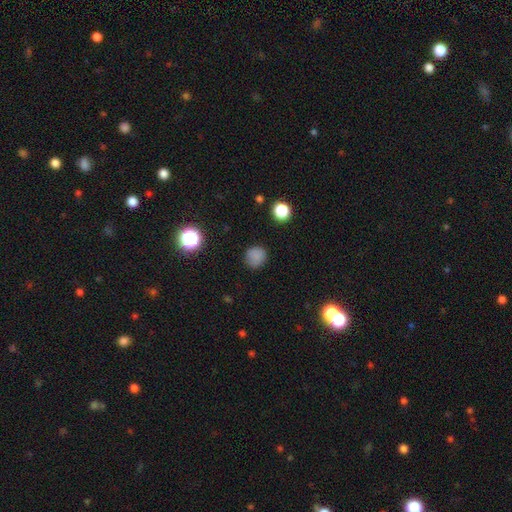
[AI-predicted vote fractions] smooth-or-featured: smooth: 79% | star or artifact: 16% | featured or disk: 5%
  how-rounded: round: 90% | in between: 9% | cigar-shaped: 1%
  merging: none: 82% | minor disturbance: 13% | major disturbance: 4% | merger: 1%